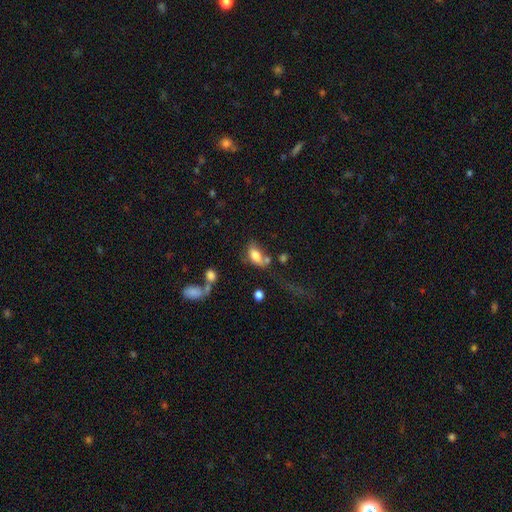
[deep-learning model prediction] Overall: smooth (76%). How rounded: in between (87%). Merging: none (34%; merger 25%).